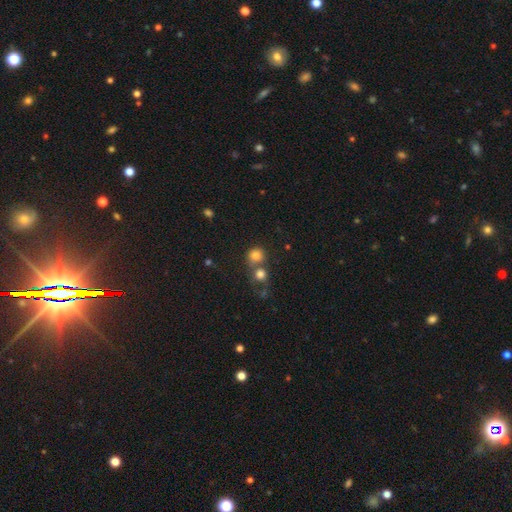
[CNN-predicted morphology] A smooth galaxy with no disk features (79%) that is round (85%). Merging: none (49%).